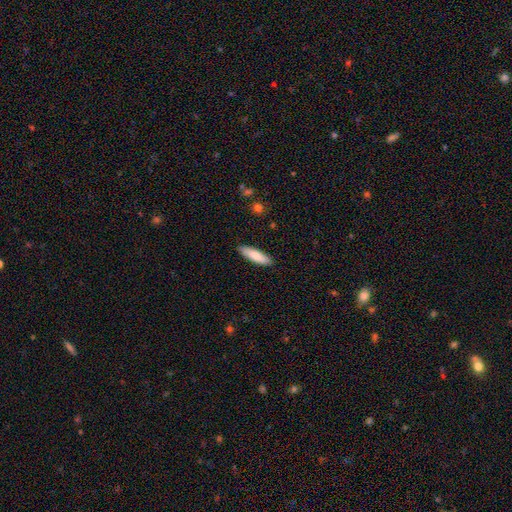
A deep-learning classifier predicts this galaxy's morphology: A smooth galaxy with no disk features (81%) that is cigar-shaped (64%).

Vote fractions:
- Smooth or featured? smooth: 81% / featured or disk: 13% / star or artifact: 6%
- How rounded? cigar-shaped: 64% / in between: 34% / round: 2%
- Merging? none: 89% / minor disturbance: 8% / major disturbance: 2% / merger: 1%